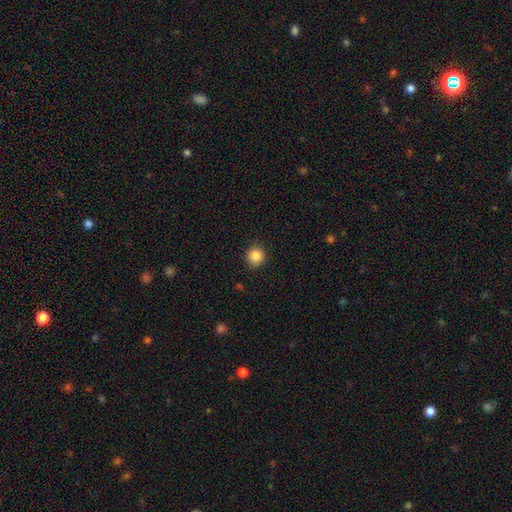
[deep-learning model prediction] smooth-or-featured: smooth: 86% | star or artifact: 10% | featured or disk: 4%
  how-rounded: round: 90% | in between: 9% | cigar-shaped: 1%
  merging: none: 89% | minor disturbance: 8% | major disturbance: 2% | merger: 1%